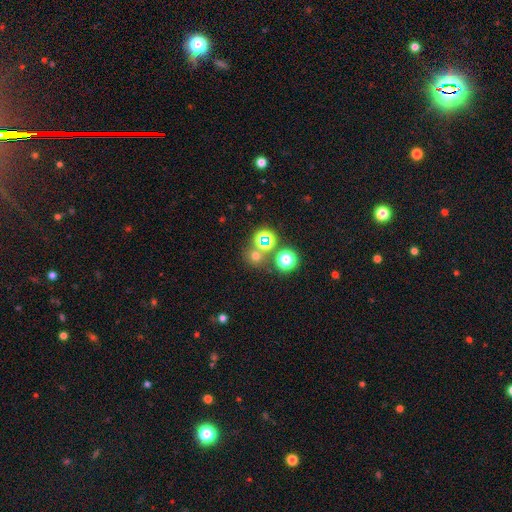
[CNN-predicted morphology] smooth-or-featured: smooth: 57% | star or artifact: 36% | featured or disk: 7%
  how-rounded: round: 87% | in between: 12% | cigar-shaped: 1%
  merging: none: 68% | merger: 20% | minor disturbance: 7% | major disturbance: 4%